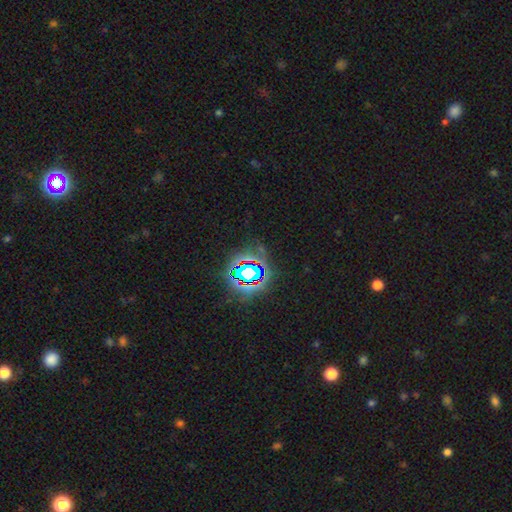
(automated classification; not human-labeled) Smooth or featured? star or artifact (81%)